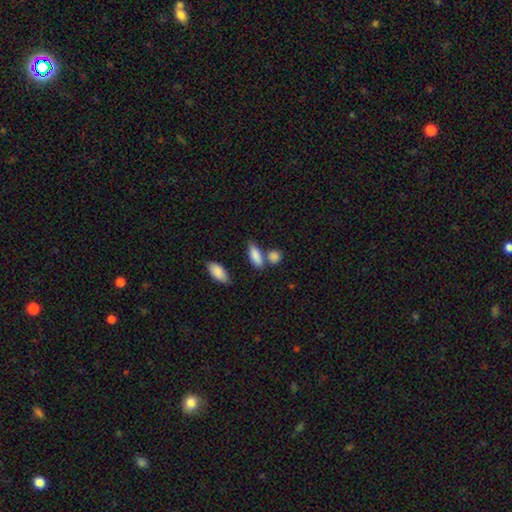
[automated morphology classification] Q: Smooth or featured?
A: smooth (86%); runner-up: featured or disk (7%)
Q: How rounded?
A: in between (77%); runner-up: cigar-shaped (16%)
Q: Merging?
A: none (55%); runner-up: merger (26%)